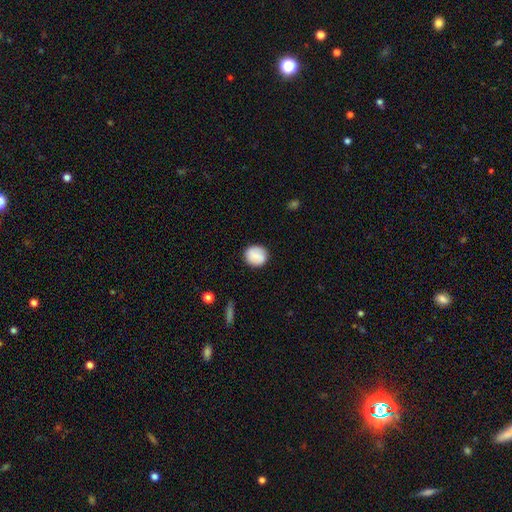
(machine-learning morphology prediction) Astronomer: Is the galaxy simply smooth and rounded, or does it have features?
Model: smooth — 75%.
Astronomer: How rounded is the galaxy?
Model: round — 81%.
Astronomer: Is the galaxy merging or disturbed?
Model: none — 86%.